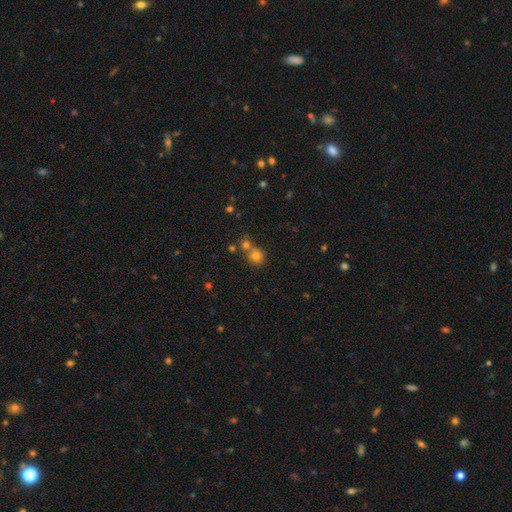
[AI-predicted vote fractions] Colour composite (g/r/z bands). It shows a smooth galaxy with no disk features (77%) that is round (89%). Merging: none (57%).